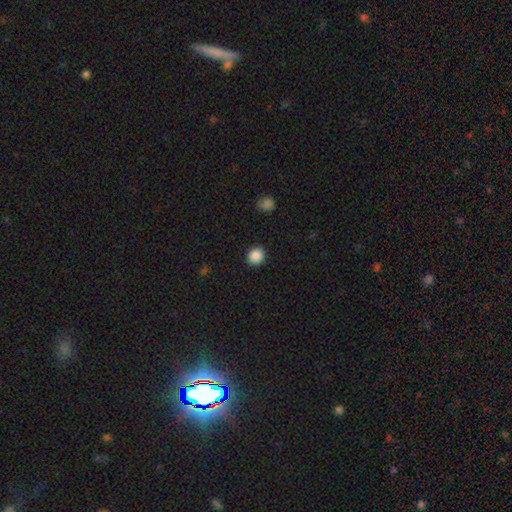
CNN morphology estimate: Q: Smooth or featured?
A: smooth (88%); runner-up: star or artifact (9%)
Q: How rounded?
A: round (83%); runner-up: in between (16%)
Q: Merging?
A: none (91%); runner-up: minor disturbance (6%)